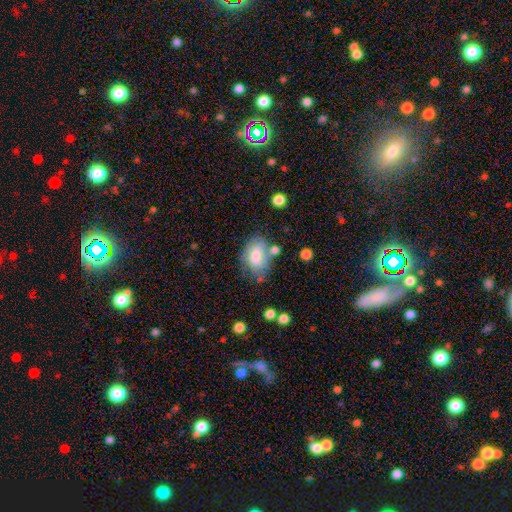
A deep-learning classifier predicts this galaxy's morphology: A smooth galaxy with no disk features (72%) that is in between round and cigar-shaped (86%).

Vote fractions:
- Smooth or featured? smooth: 72% / featured or disk: 21% / star or artifact: 8%
- How rounded? in between: 86% / round: 13% / cigar-shaped: 1%
- Merging? none: 51% / minor disturbance: 26% / merger: 12% / major disturbance: 11%